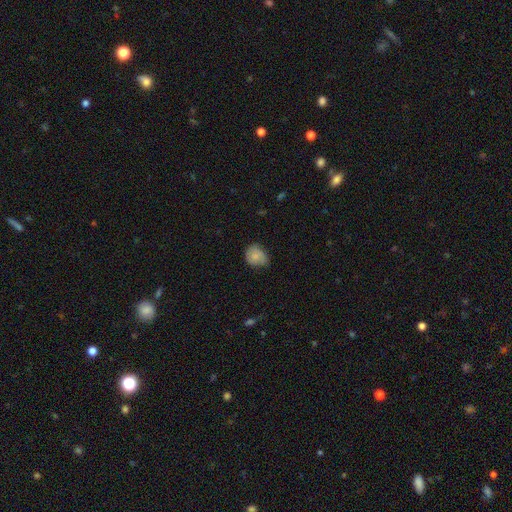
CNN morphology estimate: Smooth or featured? smooth (75%)
How rounded? round (61%)
Merging? none (50%)